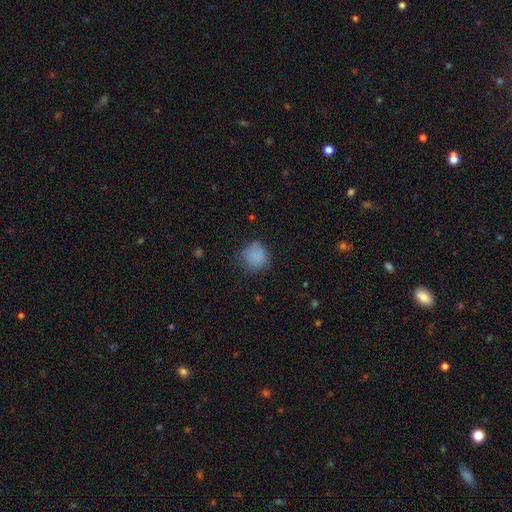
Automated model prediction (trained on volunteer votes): A smooth galaxy with no disk features (81%) that is round (83%). Merging: none (66%).